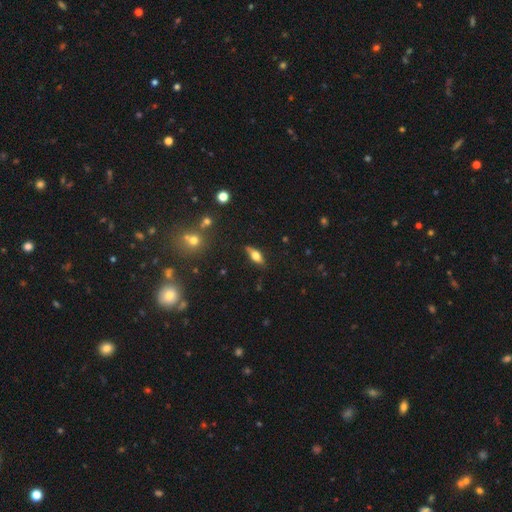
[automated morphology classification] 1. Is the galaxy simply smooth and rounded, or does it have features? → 46% featured or disk (tied), 46% smooth (tied), 9% star or artifact.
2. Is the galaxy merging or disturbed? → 82% none, 13% minor disturbance, 3% major disturbance, 2% merger.